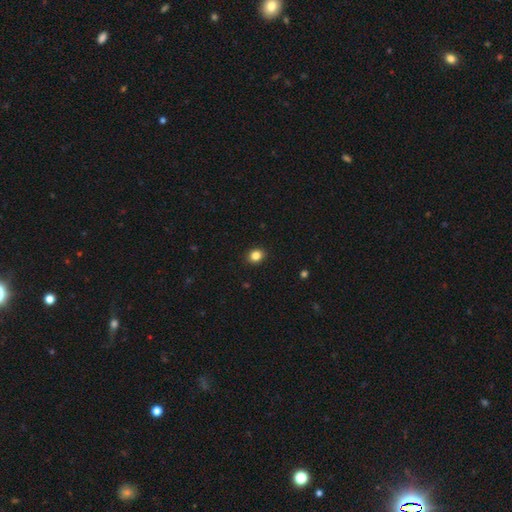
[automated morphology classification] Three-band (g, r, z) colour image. It shows a smooth galaxy with no disk features (84%) that is round (68%). Merging: none (91%).